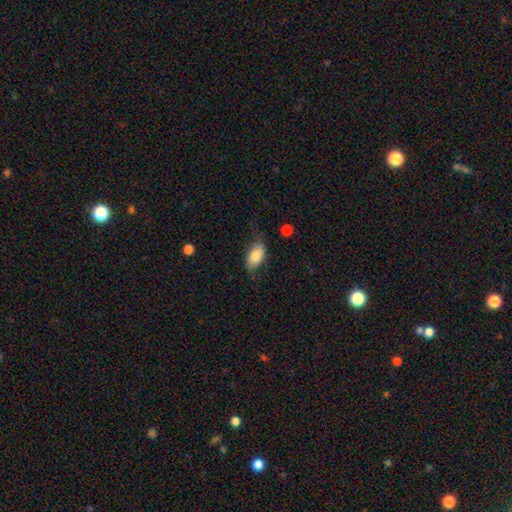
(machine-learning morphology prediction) Smooth or featured? smooth (78%)
How rounded? in between (92%)
Merging? none (65%)